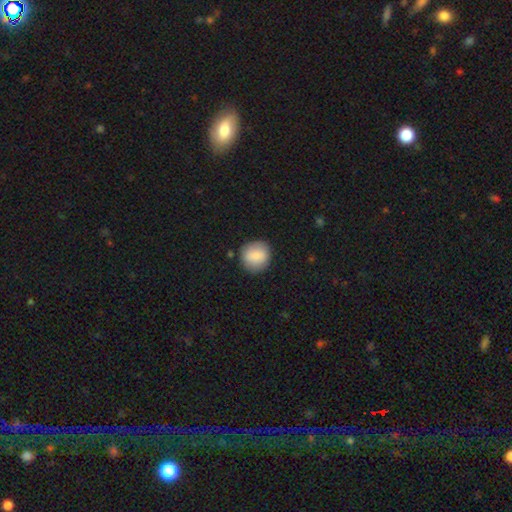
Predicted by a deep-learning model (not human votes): Q: Smooth or featured?
A: smooth (83%); runner-up: featured or disk (9%)
Q: How rounded?
A: round (90%); runner-up: in between (9%)
Q: Merging?
A: none (86%); runner-up: minor disturbance (10%)